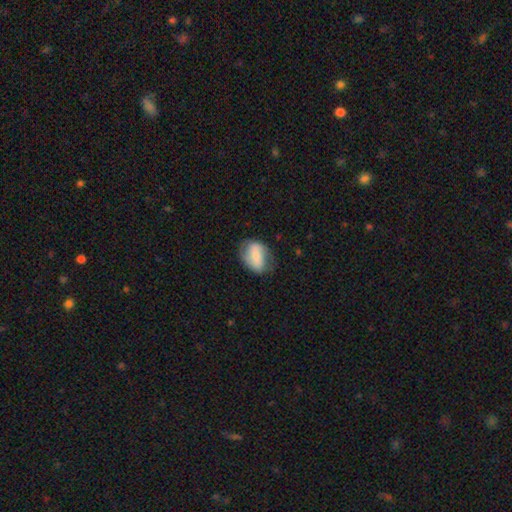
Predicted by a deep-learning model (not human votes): smooth_or_featured: smooth (p=0.51) [alt: featured or disk p=0.42]
how_rounded: in between (p=0.74) [alt: round p=0.24]
merging: none (p=0.64) [alt: minor disturbance p=0.25]